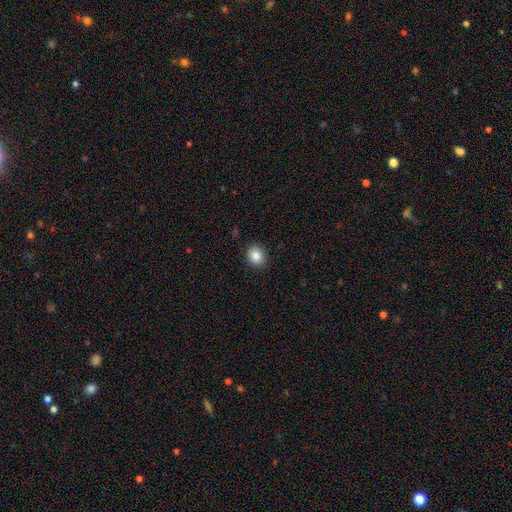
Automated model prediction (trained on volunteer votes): Smooth or featured?
  - smooth: 85% *
  - star or artifact: 9%
  - featured or disk: 5%
How rounded?
  - round: 65% *
  - in between: 34%
  - cigar-shaped: 1%
Merging?
  - none: 90% *
  - minor disturbance: 7%
  - major disturbance: 2%
  - merger: 1%